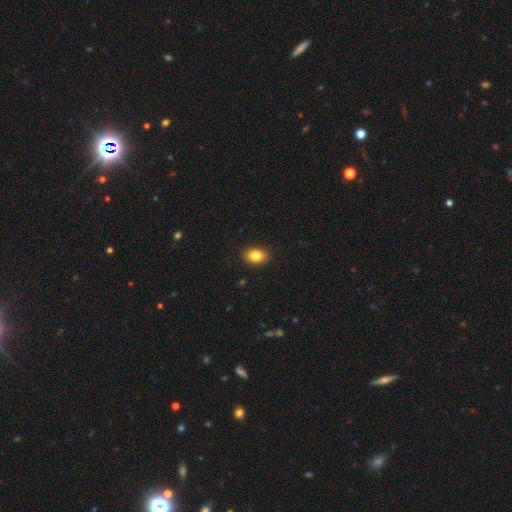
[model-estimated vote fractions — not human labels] Smooth or featured?
  - smooth: 84% *
  - star or artifact: 9%
  - featured or disk: 7%
How rounded?
  - in between: 79% *
  - round: 20%
  - cigar-shaped: 1%
Merging?
  - none: 90% *
  - minor disturbance: 7%
  - major disturbance: 2%
  - merger: 1%